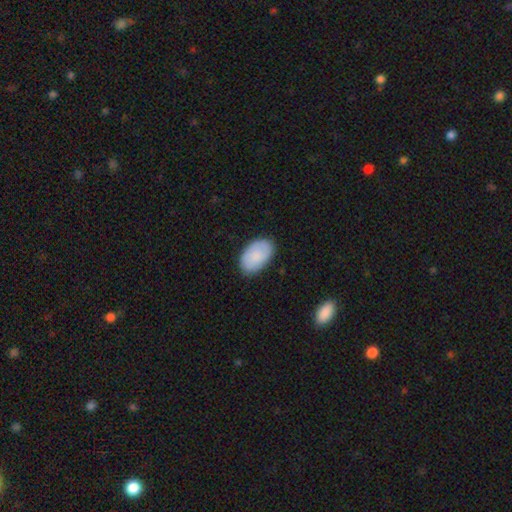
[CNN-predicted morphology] The model was most divided on "merging": none: 85%, minor disturbance: 11%, major disturbance: 2%, merger: 1%. More confident: how rounded — in between (93%); smooth or featured — smooth (86%).